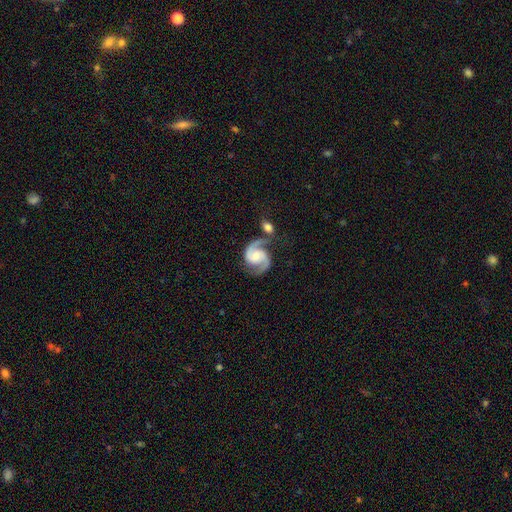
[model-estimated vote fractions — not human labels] smooth_or_featured: featured or disk (p=0.92) [alt: star or artifact p=0.04]
disk_edge_on: no (p=0.98) [alt: yes p=0.02]
bar: no (p=0.51) [alt: weak p=0.37]
has_spiral_arms: yes (p=0.98) [alt: no p=0.02]
spiral_winding: medium (p=0.59) [alt: tight p=0.26]
spiral_arm_count: 2 (p=0.93) [alt: 3 p=0.02]
bulge_size: small (p=0.38) [tied with: moderate p=0.38]
merging: none (p=0.57) [alt: merger p=0.19]